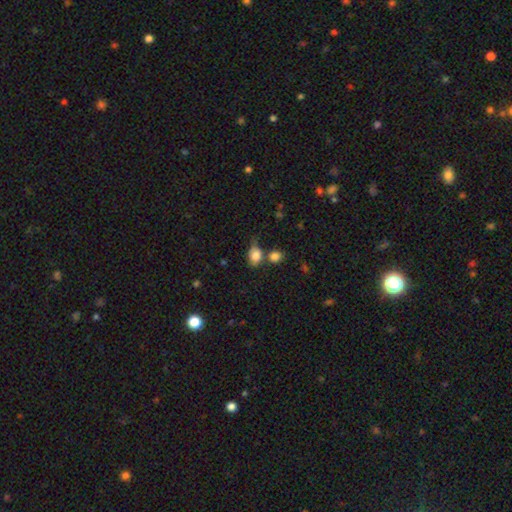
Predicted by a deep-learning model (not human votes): The model was most divided on "merging": none: 41%, minor disturbance: 25%, merger: 24%, major disturbance: 11%. More confident: smooth or featured — smooth (81%); how rounded — in between (66%).